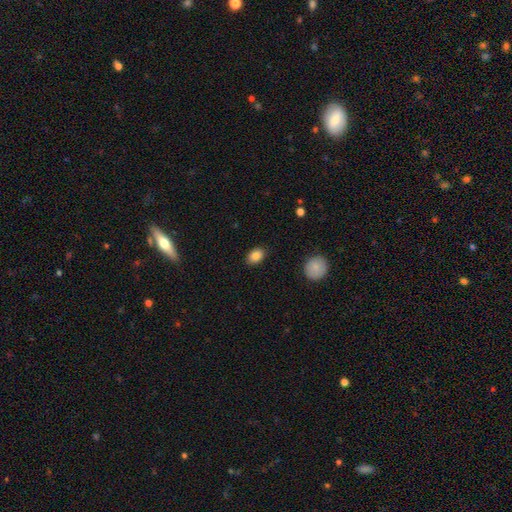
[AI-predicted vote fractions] Morphology: type=smooth (86%); roundness=in between (79%); merging=none (87%).